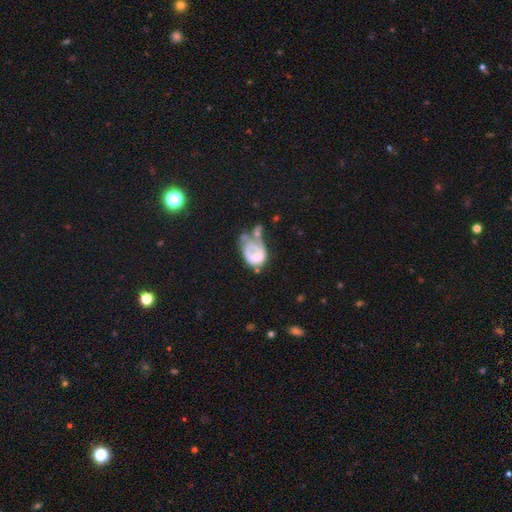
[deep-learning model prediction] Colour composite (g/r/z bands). It shows a featured or disk galaxy (53%) with no bar (80%), no spiral arms (67%) and no central bulge (32%, tied with moderate). Merging: major disturbance (40%).